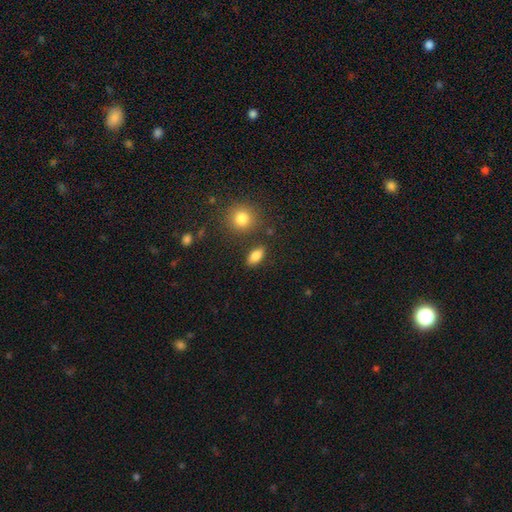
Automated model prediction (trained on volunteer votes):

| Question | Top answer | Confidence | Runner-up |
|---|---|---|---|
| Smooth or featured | smooth | 84% | star or artifact (9%) |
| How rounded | in between | 85% | round (8%) |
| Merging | none | 83% | minor disturbance (10%) |